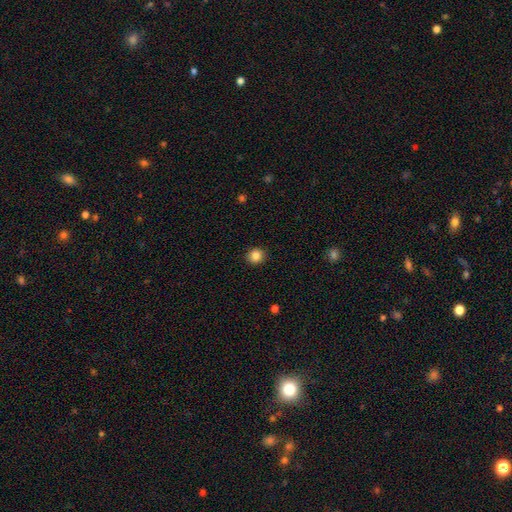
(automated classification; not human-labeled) Smooth or featured: smooth — 85% (star or artifact — 11%)
How rounded: round — 87% (in between — 13%)
Merging: none — 91% (minor disturbance — 6%)